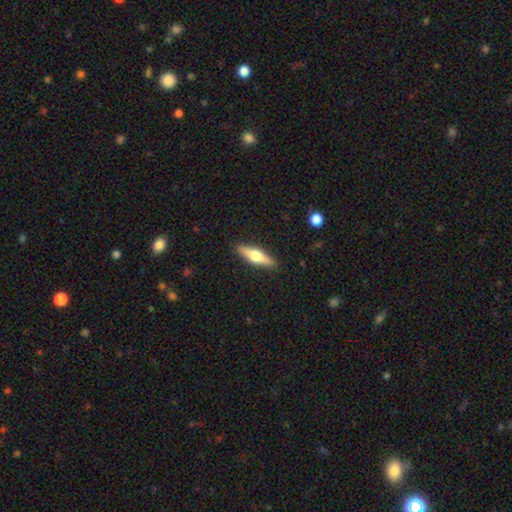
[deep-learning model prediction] smooth_or_featured: featured or disk (p=0.55) [alt: smooth p=0.39]
disk_edge_on: yes (p=0.95) [alt: no p=0.05]
edge_on_bulge: rounded (p=0.94) [alt: boxy p=0.04]
merging: none (p=0.90) [alt: minor disturbance p=0.07]